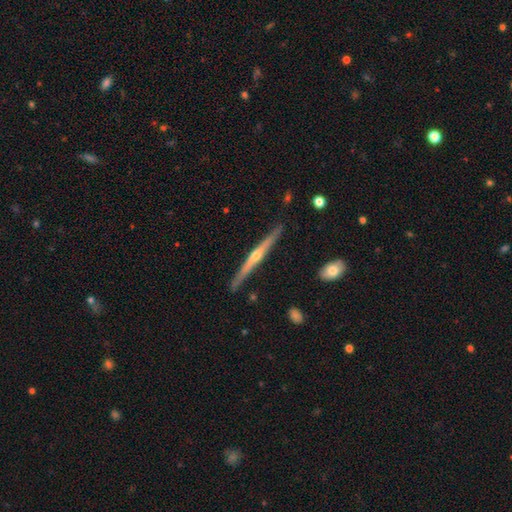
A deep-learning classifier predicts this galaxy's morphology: A featured or disk galaxy (80%) viewed edge-on (98%) with a rounded central bulge (83%). Merging: none (89%).